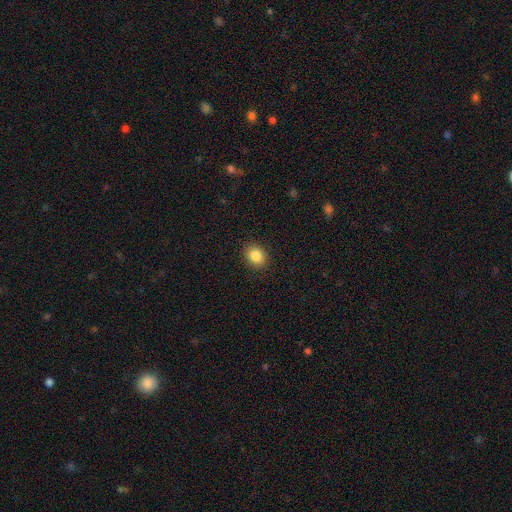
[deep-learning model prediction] Smooth or featured? smooth (86%)
How rounded? round (52%)
Merging? none (90%)